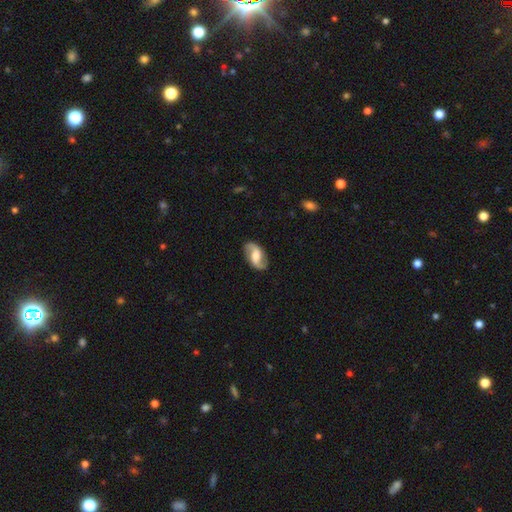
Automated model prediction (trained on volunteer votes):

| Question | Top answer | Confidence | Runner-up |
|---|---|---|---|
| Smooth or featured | featured or disk | 81% | smooth (14%) |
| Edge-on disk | no | 97% | yes (3%) |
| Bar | weak | 45% | no (36%) |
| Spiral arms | yes | 95% | no (5%) |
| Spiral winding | loose | 57% | medium (33%) |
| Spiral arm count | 2 | 93% | can't tell (2%) |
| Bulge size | moderate | 50% | large (24%) |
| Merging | none | 85% | minor disturbance (10%) |